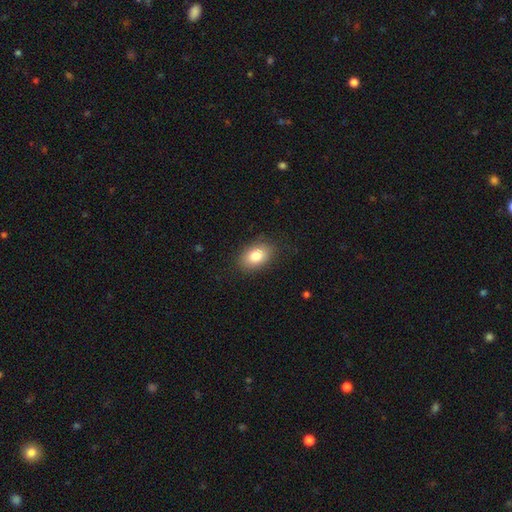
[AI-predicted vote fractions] Smooth or featured? smooth (83%)
How rounded? in between (85%)
Merging? none (85%)